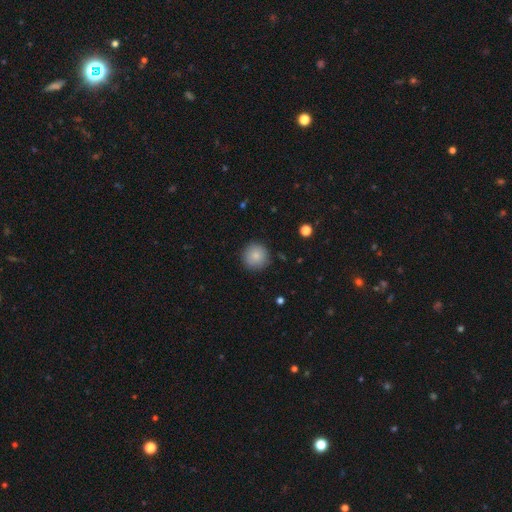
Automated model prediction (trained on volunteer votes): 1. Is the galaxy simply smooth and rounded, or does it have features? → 85% smooth, 9% star or artifact, 6% featured or disk.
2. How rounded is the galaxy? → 95% round, 4% in between, 1% cigar-shaped.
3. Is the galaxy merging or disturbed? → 88% none, 8% minor disturbance, 2% major disturbance, 1% merger.